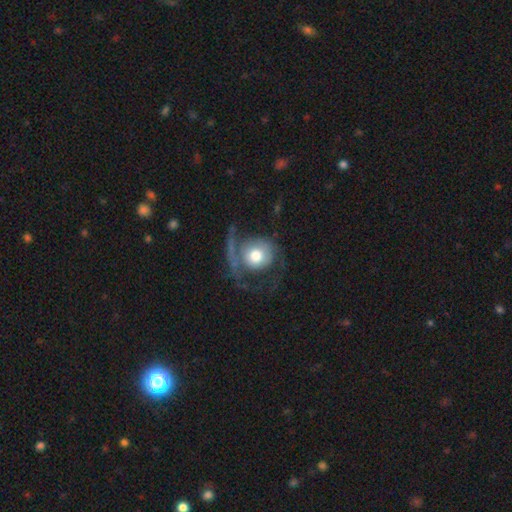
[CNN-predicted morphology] smooth_or_featured: featured or disk (p=0.61) [alt: smooth p=0.32]
disk_edge_on: no (p=0.97) [alt: yes p=0.03]
bar: no (p=0.81) [alt: weak p=0.15]
has_spiral_arms: yes (p=0.79) [alt: no p=0.21]
bulge_size: moderate (p=0.53) [alt: large p=0.33]
merging: none (p=0.42) [alt: major disturbance p=0.38]